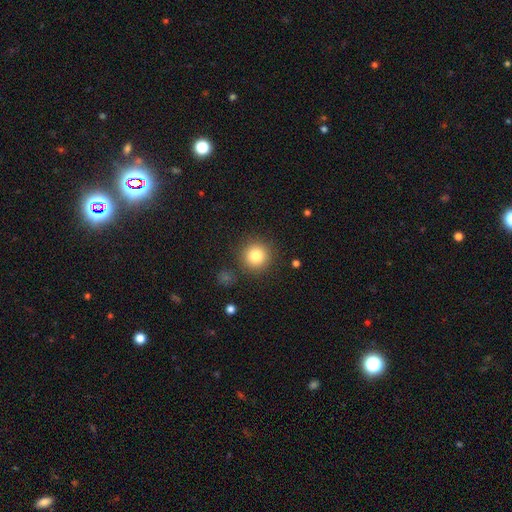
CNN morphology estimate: This appears to be a smooth galaxy with no disk features (82%) that is round (94%). Merging: none (87%).